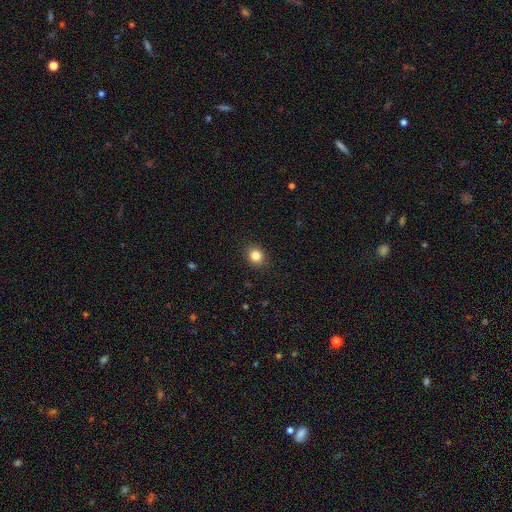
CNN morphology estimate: smooth-or-featured: smooth: 84% | star or artifact: 11% | featured or disk: 5%
  how-rounded: round: 73% | in between: 26% | cigar-shaped: 1%
  merging: none: 90% | minor disturbance: 7% | major disturbance: 2% | merger: 1%